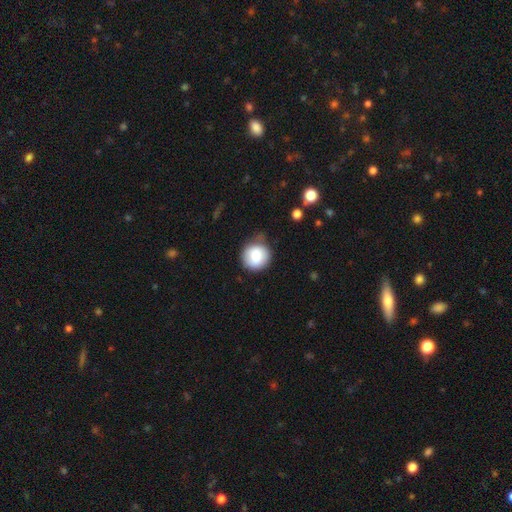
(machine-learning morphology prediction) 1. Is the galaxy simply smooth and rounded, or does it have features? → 80% smooth, 12% featured or disk, 8% star or artifact.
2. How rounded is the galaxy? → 92% round, 7% in between, 1% cigar-shaped.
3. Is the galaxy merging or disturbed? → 69% none, 23% minor disturbance, 5% major disturbance, 3% merger.